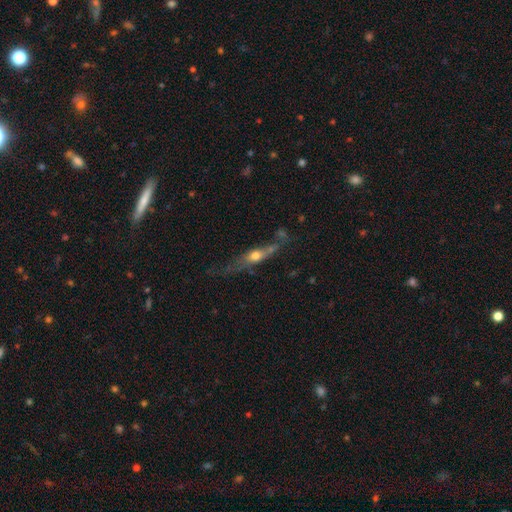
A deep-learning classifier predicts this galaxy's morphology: This appears to be a featured or disk galaxy (52%) viewed edge-on (73%). Merging: none (44%).